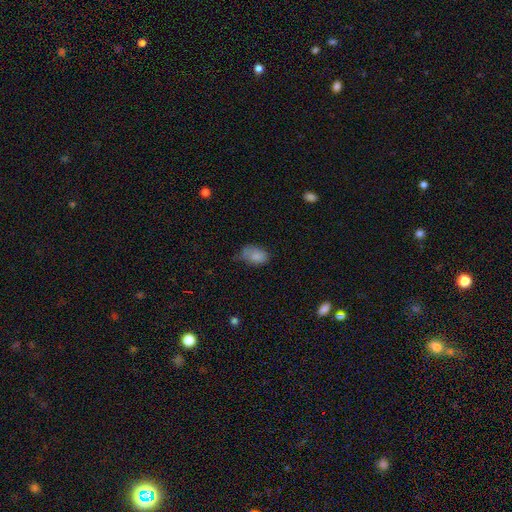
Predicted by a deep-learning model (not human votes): This appears to be a smooth galaxy with no disk features (81%) that is in between round and cigar-shaped (87%). Merging: none (46%).